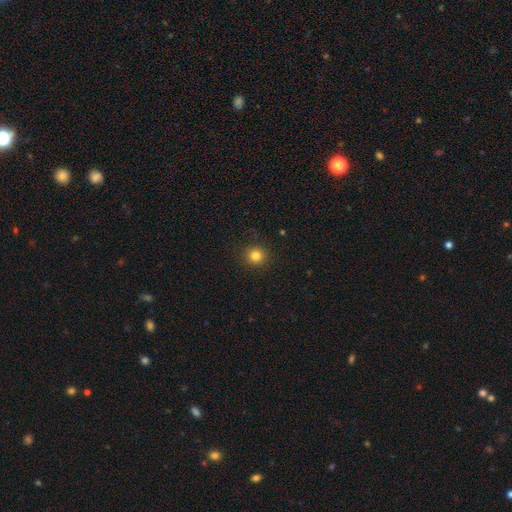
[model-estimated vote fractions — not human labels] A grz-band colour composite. It shows a smooth galaxy with no disk features (82%) that is round (94%). Merging: none (91%).